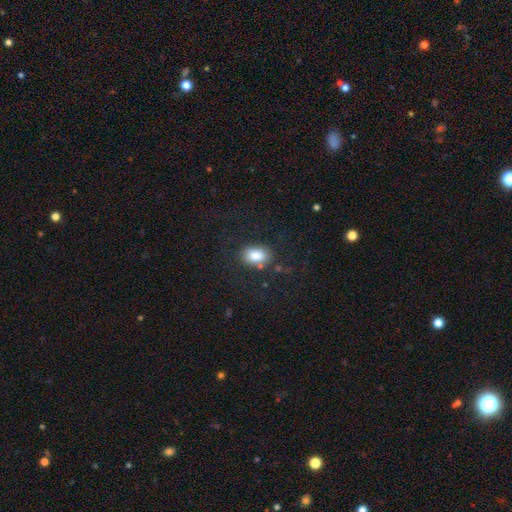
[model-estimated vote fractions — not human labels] Q: Smooth or featured?
A: smooth (84%); runner-up: star or artifact (9%)
Q: How rounded?
A: in between (76%); runner-up: round (22%)
Q: Merging?
A: none (79%); runner-up: minor disturbance (13%)